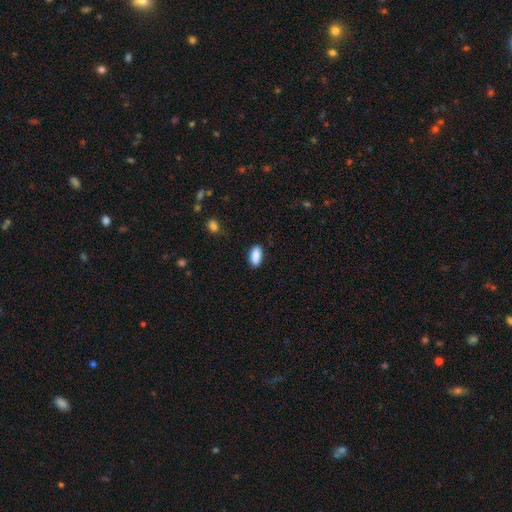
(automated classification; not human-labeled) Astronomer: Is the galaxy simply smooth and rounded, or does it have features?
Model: smooth — 89%.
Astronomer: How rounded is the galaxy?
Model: in between — 91%.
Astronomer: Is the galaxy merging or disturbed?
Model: none — 86%.